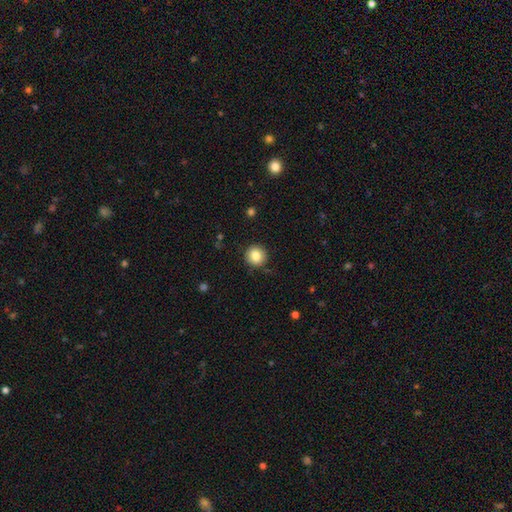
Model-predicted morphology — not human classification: Smooth or featured: smooth — 85% (star or artifact — 9%)
How rounded: round — 93% (in between — 6%)
Merging: none — 89% (minor disturbance — 8%)